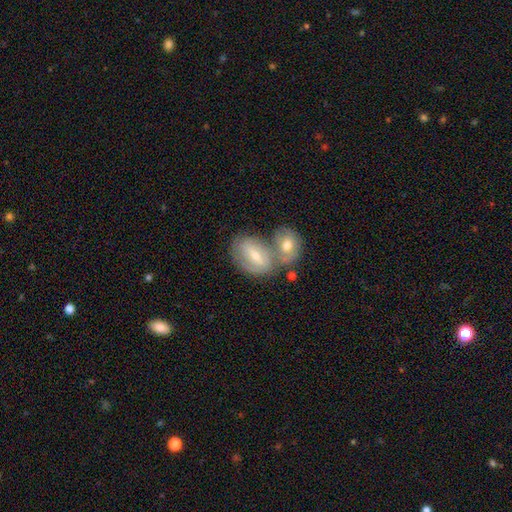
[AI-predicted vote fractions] Smooth or featured?
  - featured or disk: 53% *
  - smooth: 39%
  - star or artifact: 7%
Edge-on disk?
  - no: 92% *
  - yes: 8%
Merging?
  - merger: 53% *
  - none: 32%
  - minor disturbance: 11%
  - major disturbance: 5%